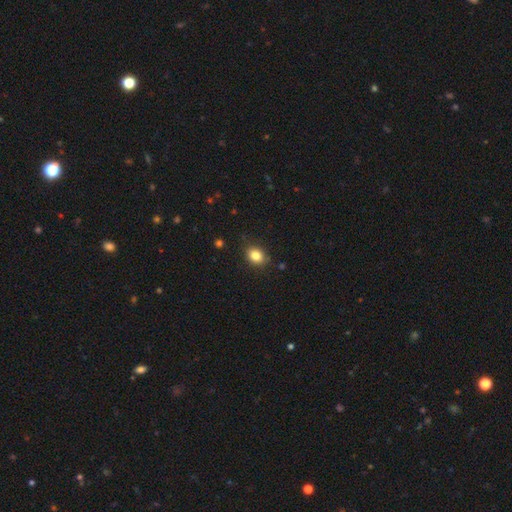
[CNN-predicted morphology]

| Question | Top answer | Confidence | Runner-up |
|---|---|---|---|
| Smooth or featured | smooth | 84% | star or artifact (10%) |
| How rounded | in between | 63% | round (36%) |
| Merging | none | 84% | minor disturbance (12%) |